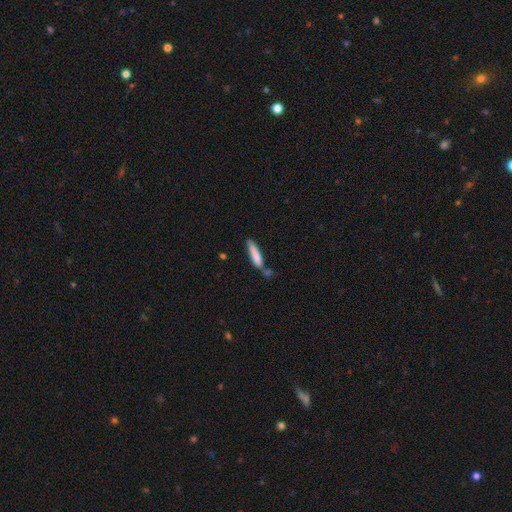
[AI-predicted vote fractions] Smooth or featured: smooth — 75% (featured or disk — 19%)
How rounded: cigar-shaped — 81% (in between — 17%)
Merging: none — 49% (merger — 24%)